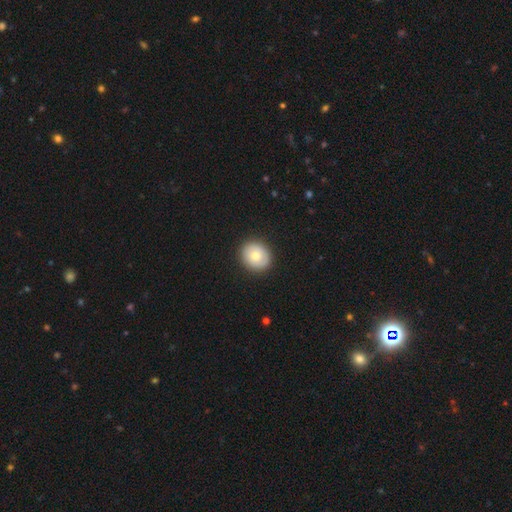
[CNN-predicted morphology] Q: Smooth or featured?
A: smooth (73%); runner-up: featured or disk (20%)
Q: How rounded?
A: round (77%); runner-up: in between (22%)
Q: Merging?
A: none (90%); runner-up: minor disturbance (7%)